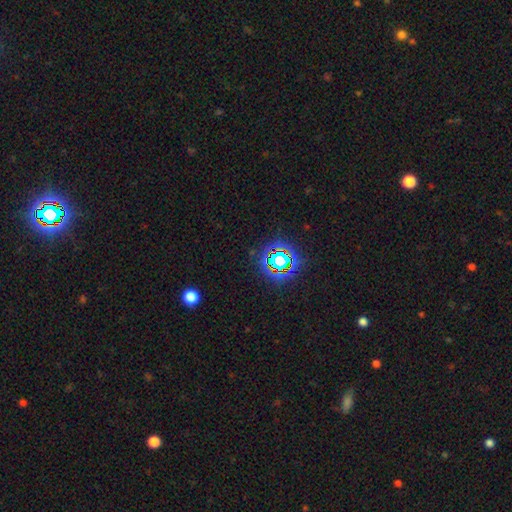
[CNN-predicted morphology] The model was most divided on "smooth or featured": star or artifact: 78%, smooth: 13%, featured or disk: 8%.